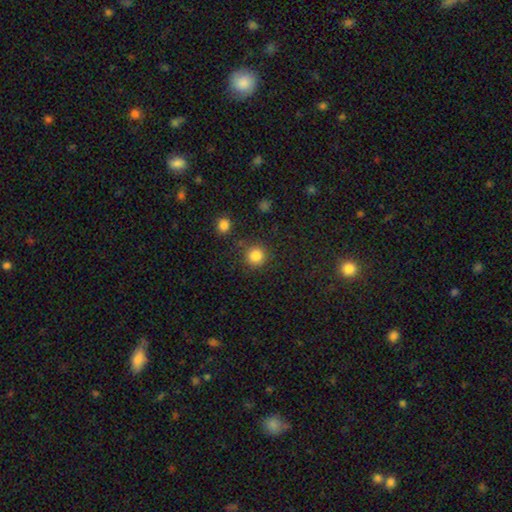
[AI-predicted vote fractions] Overall: smooth (85%). How rounded: round (93%). Merging: none (84%).